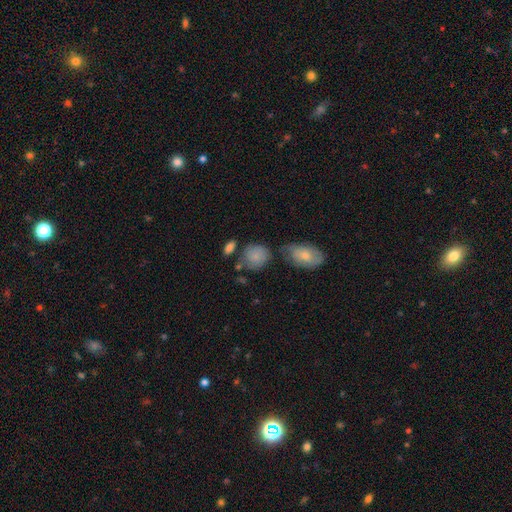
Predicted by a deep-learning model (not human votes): Smooth or featured? Predicted: smooth (p=0.81). How rounded? Predicted: round (p=0.67). Merging? Predicted: none (p=0.55).